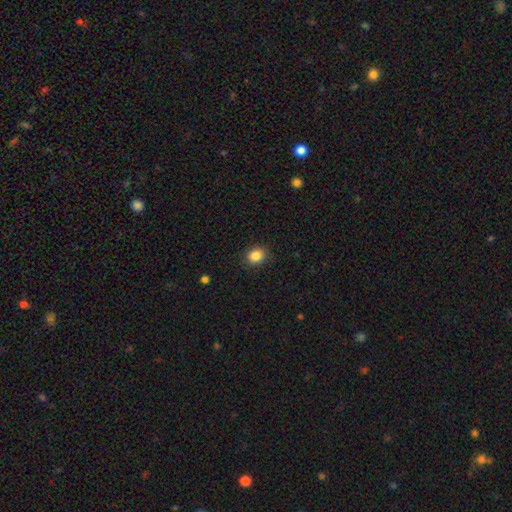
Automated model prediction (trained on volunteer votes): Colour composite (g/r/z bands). It shows a smooth galaxy with no disk features (86%) that is round (60%). Merging: none (88%).